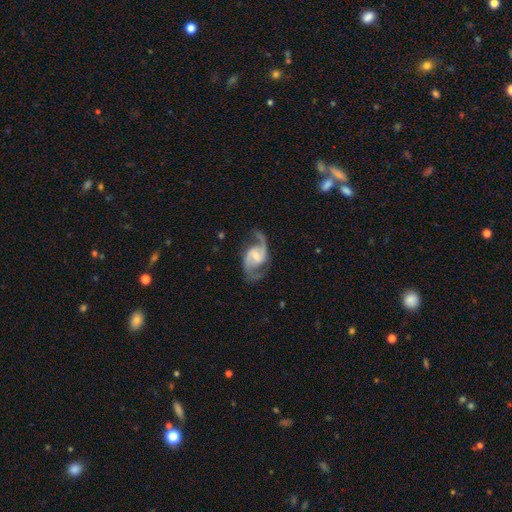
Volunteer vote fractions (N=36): Smooth or featured? 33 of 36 (92%) said featured or disk. Edge-on disk? 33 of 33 (100%) said no. Bar? 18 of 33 (55%) said weak. Spiral arms? 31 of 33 (94%) said yes. Spiral winding? 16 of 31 (52%) said loose. Spiral arm count? 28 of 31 (90%) said 2. Bulge size? 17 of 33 (52%) said small. Merging? 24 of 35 (69%) said none.